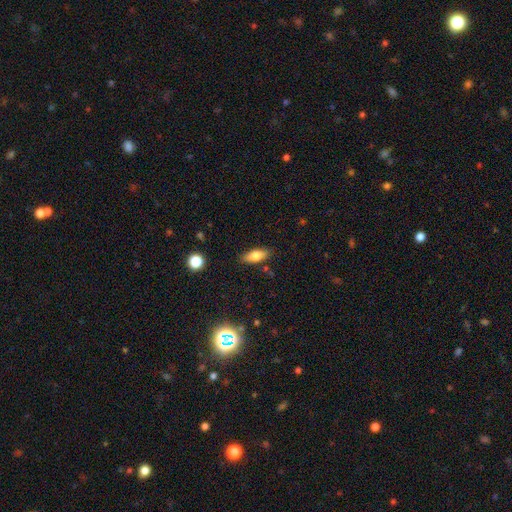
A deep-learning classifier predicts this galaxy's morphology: A smooth galaxy with no disk features (75%) that is in between round and cigar-shaped (77%).

Vote fractions:
- Smooth or featured? smooth: 75% / featured or disk: 18% / star or artifact: 8%
- How rounded? in between: 77% / cigar-shaped: 20% / round: 3%
- Merging? none: 85% / minor disturbance: 11% / merger: 2% / major disturbance: 2%